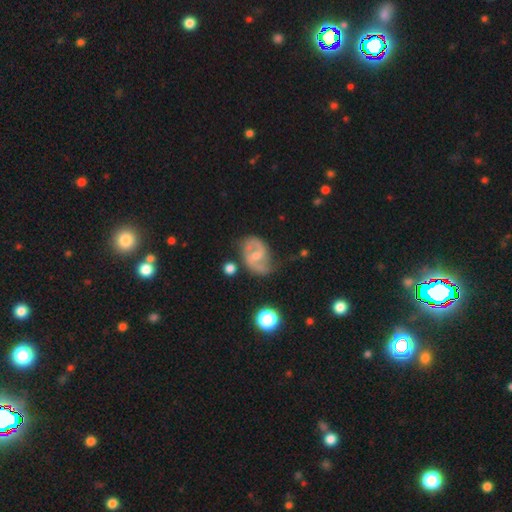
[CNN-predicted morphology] Smooth or featured? Predicted: featured or disk (p=0.82). Edge-on disk? Predicted: no (p=0.97). Bar? Predicted: weak (p=0.51). Spiral arms? Predicted: yes (p=0.93). Spiral winding? Predicted: medium (p=0.51). Spiral arm count? Predicted: 2 (p=0.88). Bulge size? Predicted: small (p=0.53). Merging? Predicted: none (p=0.61).